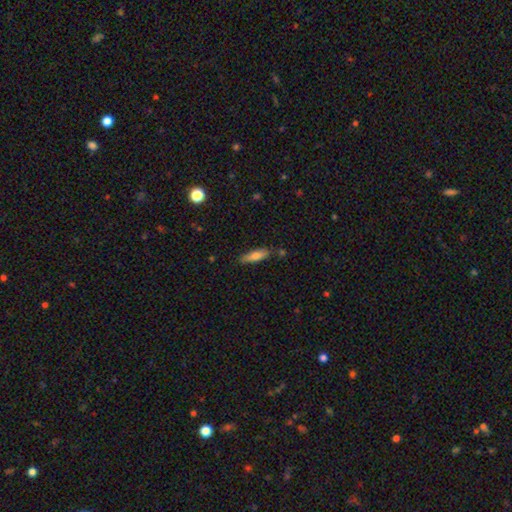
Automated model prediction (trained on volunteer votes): Q: Smooth or featured?
A: smooth (69%); runner-up: featured or disk (23%)
Q: How rounded?
A: cigar-shaped (65%); runner-up: in between (33%)
Q: Merging?
A: none (81%); runner-up: minor disturbance (13%)